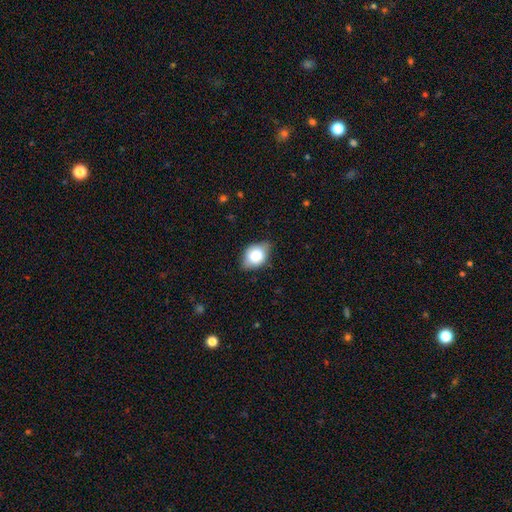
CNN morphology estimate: A smooth galaxy with no disk features (77%) that is in between round and cigar-shaped (73%).

Vote fractions:
- Smooth or featured? smooth: 77% / featured or disk: 15% / star or artifact: 8%
- How rounded? in between: 73% / round: 26% / cigar-shaped: 2%
- Merging? none: 70% / minor disturbance: 24% / major disturbance: 4% / merger: 1%